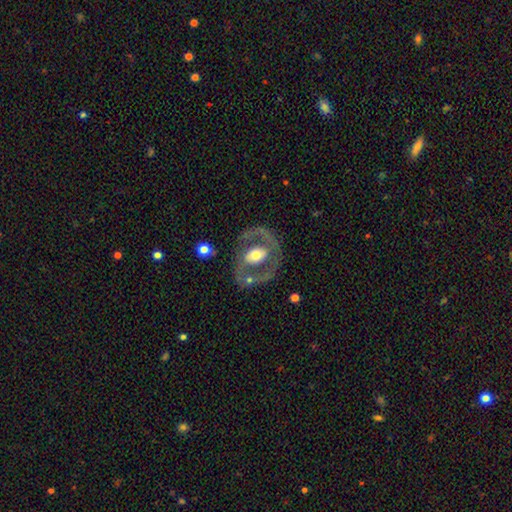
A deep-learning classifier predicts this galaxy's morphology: Smooth or featured? Predicted: featured or disk (p=0.67). Edge-on disk? Predicted: no (p=0.94). Bar? Predicted: no (p=0.54). Spiral arms? Predicted: no (p=0.63). Bulge size? Predicted: moderate (p=0.64). Merging? Predicted: none (p=0.67).